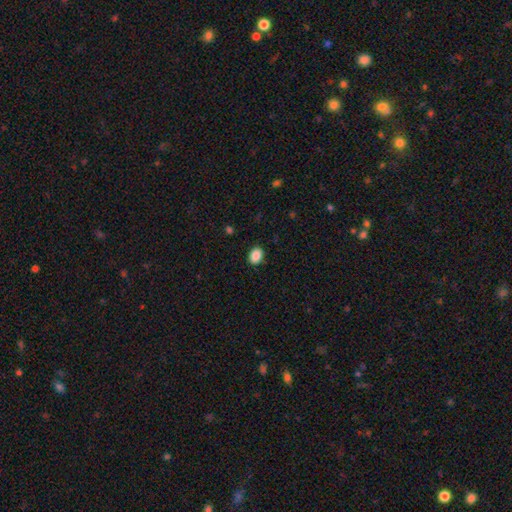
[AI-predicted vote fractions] This appears to be a smooth galaxy with no disk features (89%) that is in between round and cigar-shaped (70%). Merging: none (89%).